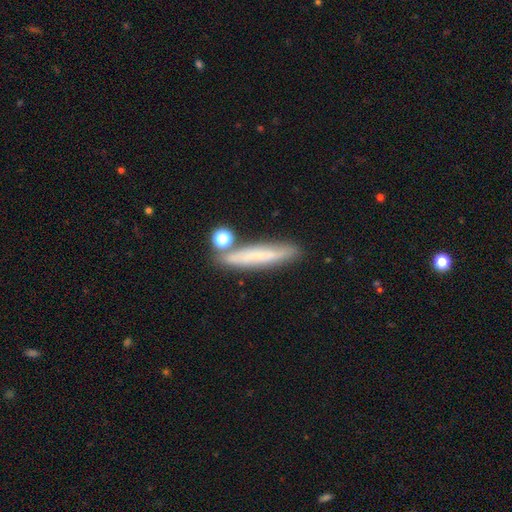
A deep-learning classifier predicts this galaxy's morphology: type=smooth (56%); roundness=cigar-shaped (87%); merging=none (71%).